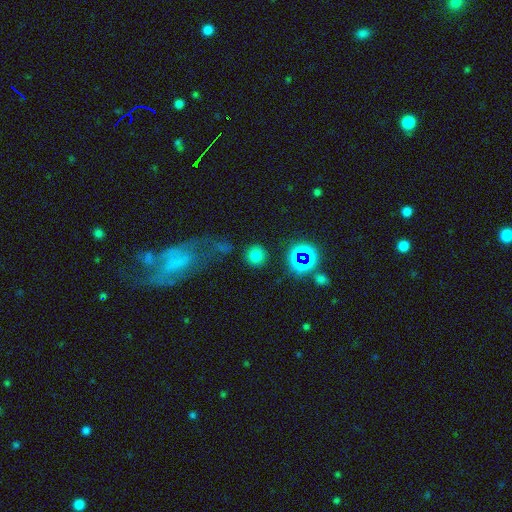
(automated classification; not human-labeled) This is likely a smooth galaxy (74%). How rounded: clearly round (94%). Merging: clearly none (86%).